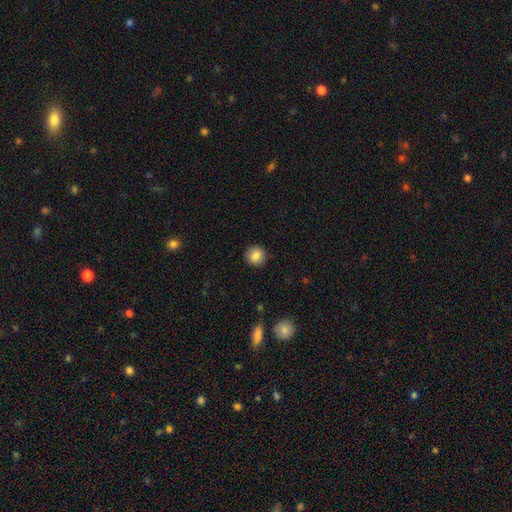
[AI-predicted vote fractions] This appears to be a smooth galaxy with no disk features (84%) that is round (94%). Merging: none (91%).